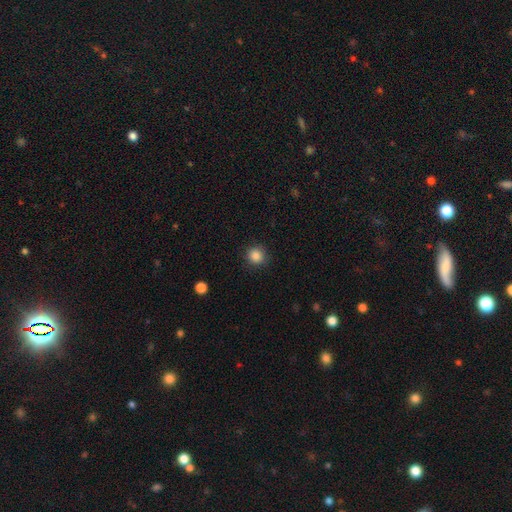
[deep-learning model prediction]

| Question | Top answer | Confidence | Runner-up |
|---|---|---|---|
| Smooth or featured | smooth | 85% | star or artifact (10%) |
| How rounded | round | 93% | in between (6%) |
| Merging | none | 89% | minor disturbance (8%) |